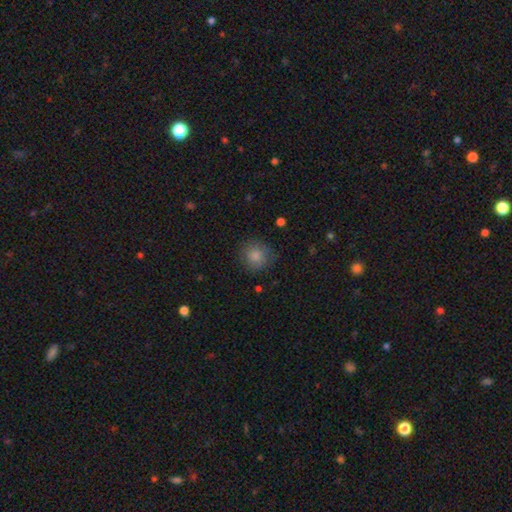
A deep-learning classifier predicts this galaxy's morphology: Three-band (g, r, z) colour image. It shows a smooth galaxy with no disk features (85%) that is round (90%). Merging: none (82%).